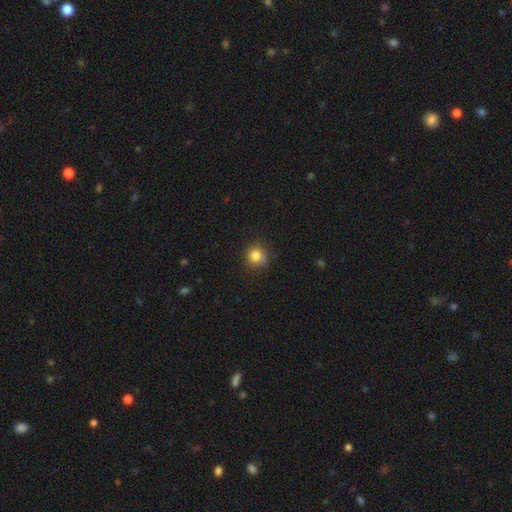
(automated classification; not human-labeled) Smooth or featured? Predicted: smooth (p=0.83). How rounded? Predicted: round (p=0.91). Merging? Predicted: none (p=0.83).